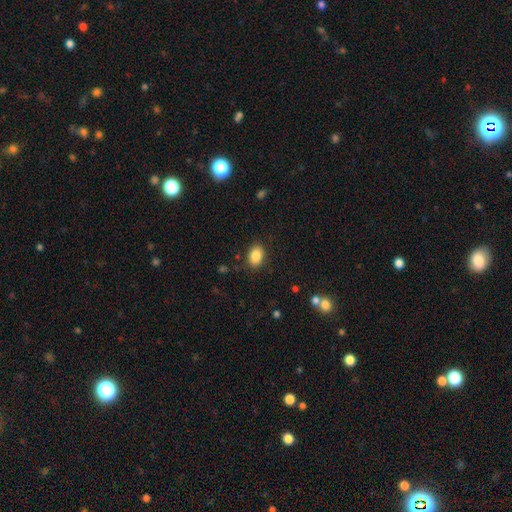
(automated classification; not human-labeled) Smooth or featured?
  - smooth: 86% *
  - star or artifact: 8%
  - featured or disk: 5%
How rounded?
  - in between: 82% *
  - round: 17%
  - cigar-shaped: 1%
Merging?
  - none: 86% *
  - minor disturbance: 10%
  - major disturbance: 3%
  - merger: 1%